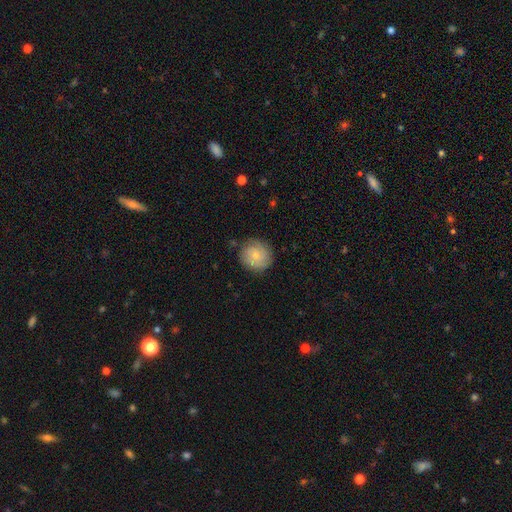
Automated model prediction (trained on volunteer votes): A smooth galaxy with no disk features (63%) that is round (91%). Merging: none (81%).